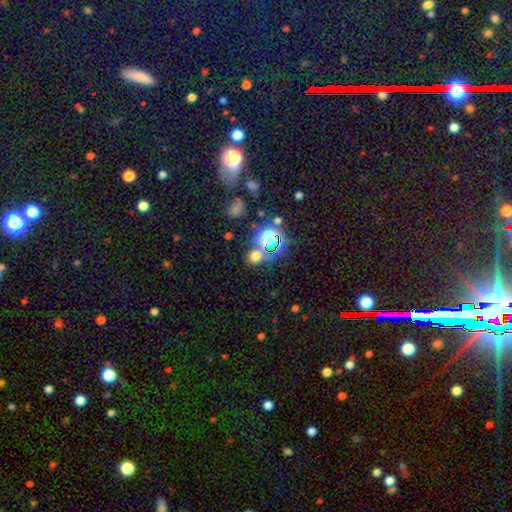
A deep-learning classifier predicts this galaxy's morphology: Smooth or featured: smooth — 60% (star or artifact — 33%)
How rounded: round — 66% (in between — 33%)
Merging: none — 70% (merger — 15%)